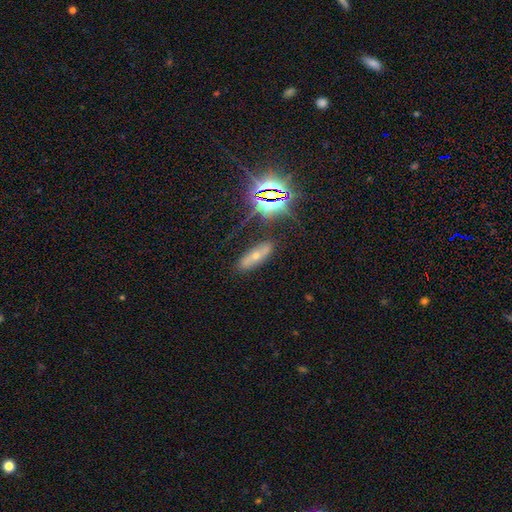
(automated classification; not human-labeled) A smooth galaxy with no disk features (40%). Merging: none (79%).